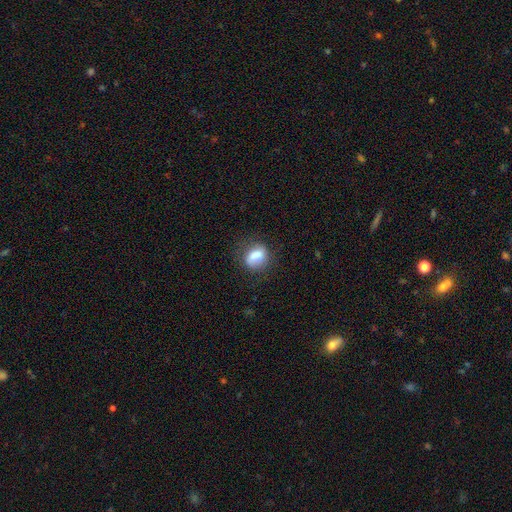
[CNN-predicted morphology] The model was most divided on "how rounded": in between: 57%, round: 40%, cigar-shaped: 3%. More confident: smooth or featured — smooth (75%); merging — none (65%).